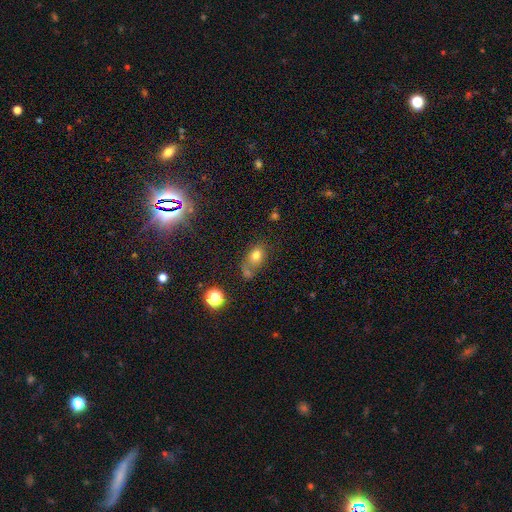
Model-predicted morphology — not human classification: type=smooth (76%); roundness=in between (61%); merging=none (48%).